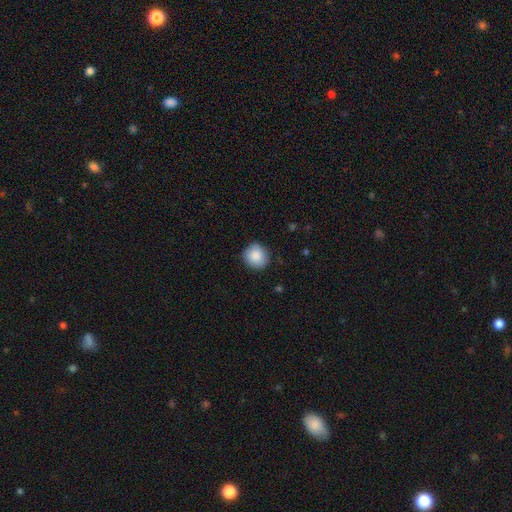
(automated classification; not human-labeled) Smooth or featured? smooth (87%)
How rounded? round (87%)
Merging? none (86%)